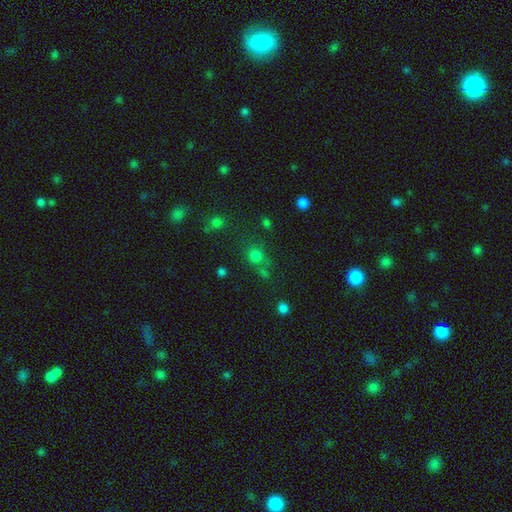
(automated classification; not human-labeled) A smooth galaxy with no disk features (71%) that is round (85%). Merging: none (64%).